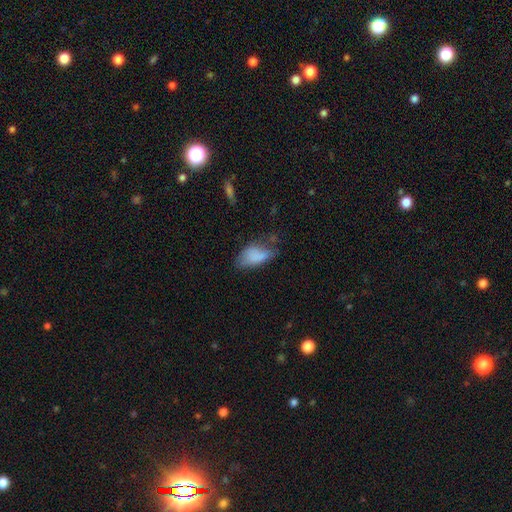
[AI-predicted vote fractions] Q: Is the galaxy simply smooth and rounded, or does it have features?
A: smooth — 75%.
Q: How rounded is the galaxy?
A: in between — 91%.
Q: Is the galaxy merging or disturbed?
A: minor disturbance — 36%.